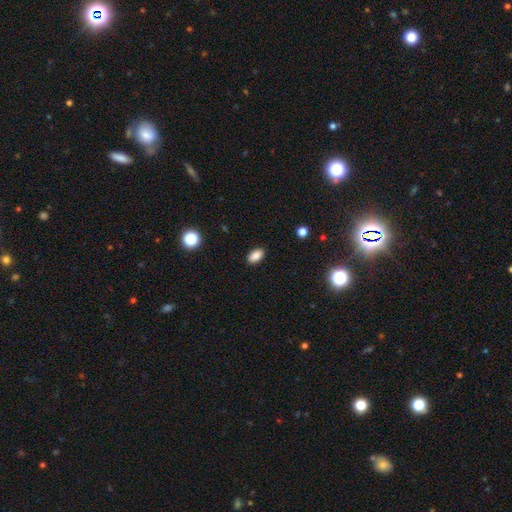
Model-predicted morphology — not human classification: smooth-or-featured: smooth: 86% | star or artifact: 9% | featured or disk: 5%
  how-rounded: in between: 91% | round: 7% | cigar-shaped: 2%
  merging: none: 89% | minor disturbance: 8% | major disturbance: 2% | merger: 1%